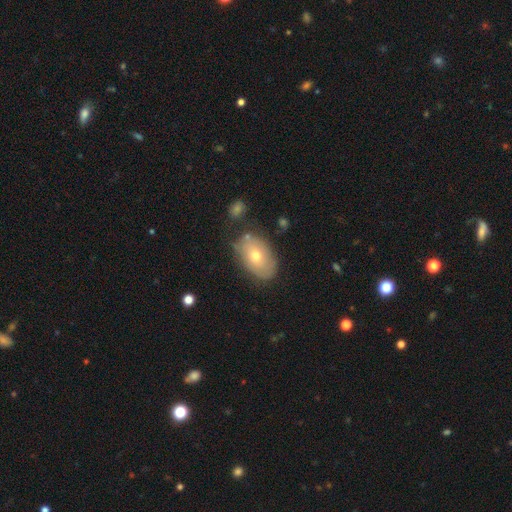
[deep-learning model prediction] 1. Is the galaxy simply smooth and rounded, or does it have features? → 55% smooth, 37% featured or disk, 8% star or artifact.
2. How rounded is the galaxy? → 87% in between, 12% round, 1% cigar-shaped.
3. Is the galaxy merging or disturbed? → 72% none, 19% minor disturbance, 5% major disturbance, 4% merger.